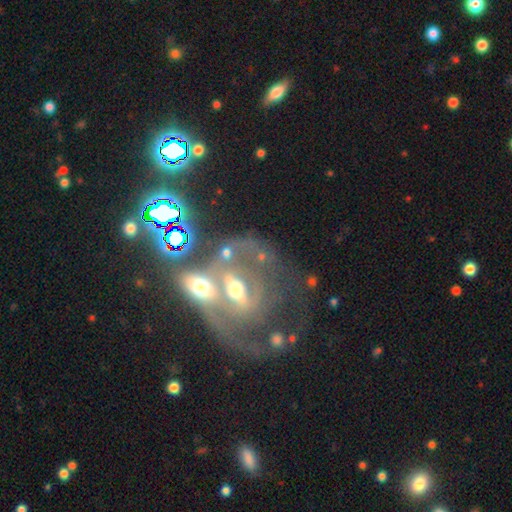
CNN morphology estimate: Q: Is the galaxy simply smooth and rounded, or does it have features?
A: featured or disk — 72%.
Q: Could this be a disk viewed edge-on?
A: no — 95%.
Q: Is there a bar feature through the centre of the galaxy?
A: no — 37%.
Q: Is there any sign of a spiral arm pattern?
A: yes — 72%.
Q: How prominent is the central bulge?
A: moderate — 52%.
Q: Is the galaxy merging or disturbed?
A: merger — 34%.